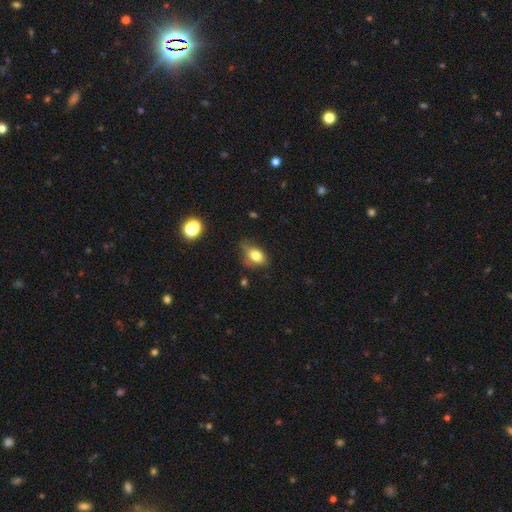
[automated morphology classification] The model was most divided on "merging": none: 49%, minor disturbance: 37%, major disturbance: 11%, merger: 3%. More confident: how rounded — in between (78%); smooth or featured — smooth (77%).